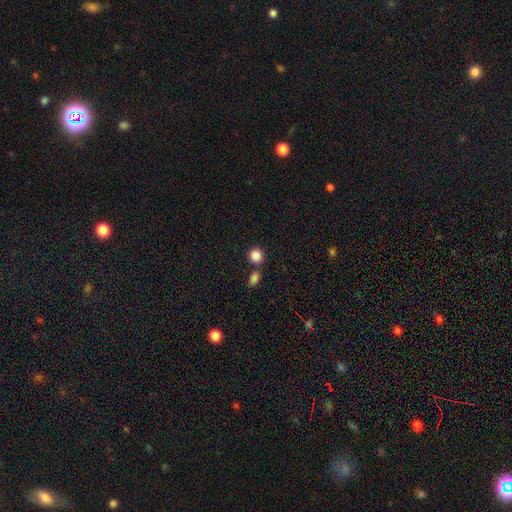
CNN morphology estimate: Q: Smooth or featured?
A: smooth (86%); runner-up: star or artifact (10%)
Q: How rounded?
A: round (87%); runner-up: in between (12%)
Q: Merging?
A: none (71%); runner-up: merger (18%)